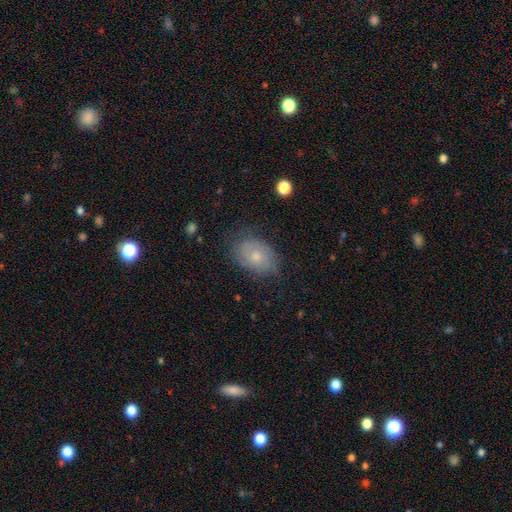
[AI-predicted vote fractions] Smooth or featured? Predicted: smooth (p=0.55). How rounded? Predicted: in between (p=0.79). Merging? Predicted: none (p=0.69).